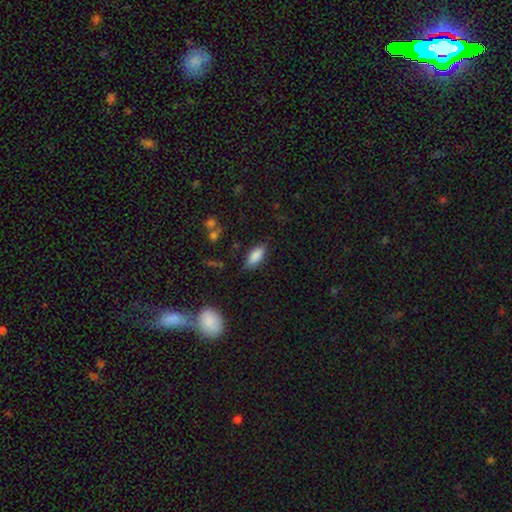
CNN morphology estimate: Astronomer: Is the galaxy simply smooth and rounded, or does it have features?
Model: smooth — 85%.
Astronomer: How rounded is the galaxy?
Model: in between — 79%.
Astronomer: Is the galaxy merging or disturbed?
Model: none — 79%.